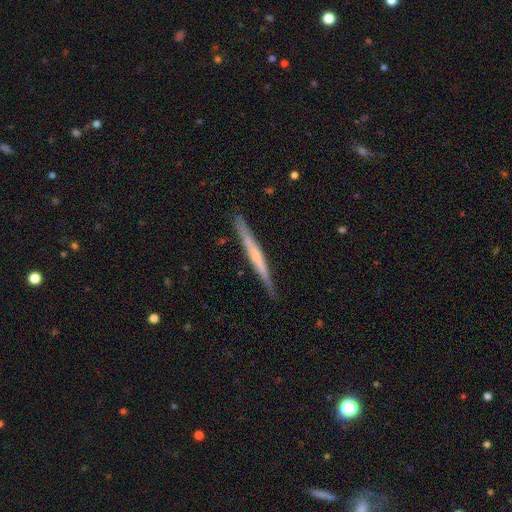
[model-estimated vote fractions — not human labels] A featured or disk galaxy (57%) viewed edge-on (97%) with no central bulge (67%).

Vote fractions:
- Smooth or featured? featured or disk: 57% / smooth: 38% / star or artifact: 6%
- Edge-on disk? yes: 97% / no: 3%
- Edge-on bulge? none: 67% / rounded: 22% / boxy: 10%
- Merging? none: 87% / minor disturbance: 10% / major disturbance: 2% / merger: 1%